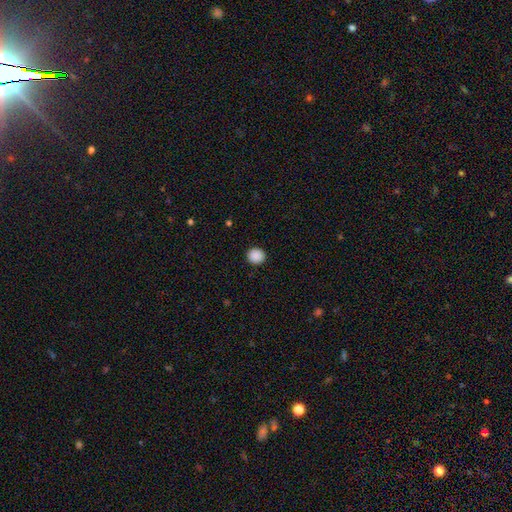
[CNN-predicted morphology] Overall: smooth (89%). How rounded: round (88%). Merging: none (92%).